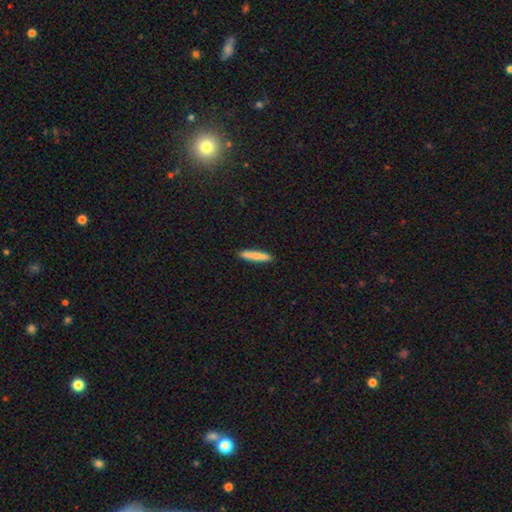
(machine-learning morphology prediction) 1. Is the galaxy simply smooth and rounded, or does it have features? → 83% smooth, 11% featured or disk, 6% star or artifact.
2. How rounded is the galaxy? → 92% cigar-shaped, 7% in between, 1% round.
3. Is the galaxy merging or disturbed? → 91% none, 7% minor disturbance, 1% major disturbance, 1% merger.